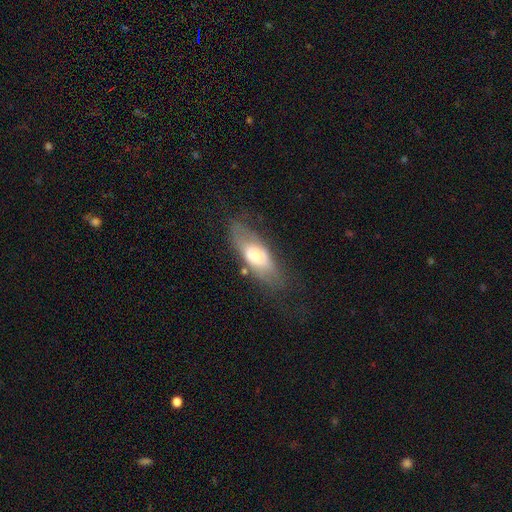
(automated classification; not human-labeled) smooth_or_featured: smooth (p=0.51) [alt: featured or disk p=0.41]
how_rounded: in between (p=0.72) [alt: cigar-shaped p=0.23]
merging: none (p=0.60) [alt: minor disturbance p=0.24]